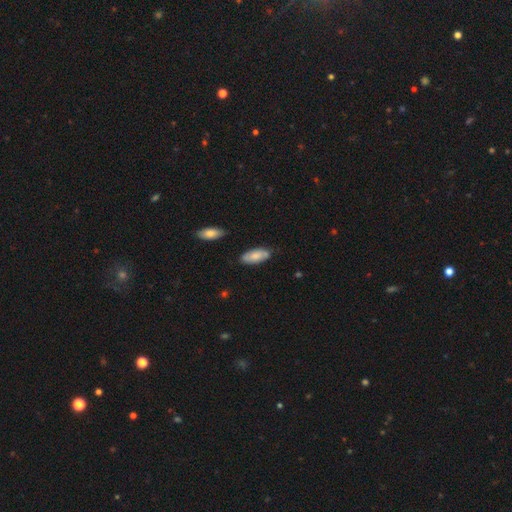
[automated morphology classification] type=smooth (73%); roundness=in between (85%); merging=none (77%).